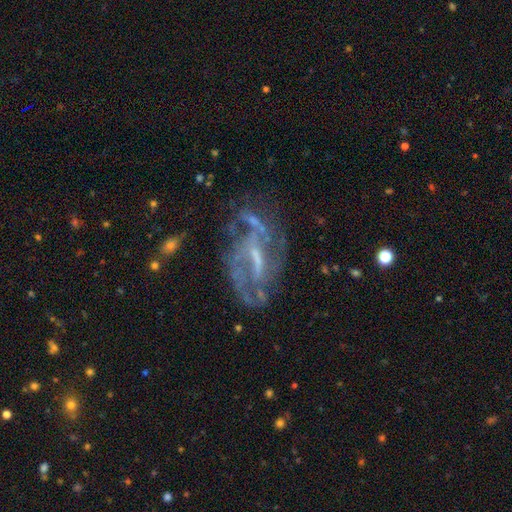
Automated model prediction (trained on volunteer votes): smooth-or-featured: featured or disk: 82% | star or artifact: 10% | smooth: 8%
  disk-edge-on: no: 93% | yes: 7%
    bar: weak: 42% | strong: 39% | no: 19%
    has-spiral-arms: yes: 83% | no: 17%
      spiral-winding: medium: 45% | tight: 34% | loose: 21%
      spiral-arm-count: 2: 38% | can't tell: 32% | 3: 16% | 4: 6% | 1: 5% | more than 4: 4%
    bulge-size: small: 47% | moderate: 26% | none: 24% | large: 2% | dominant: 1%
  merging: none: 57% | minor disturbance: 19% | major disturbance: 19% | merger: 4%